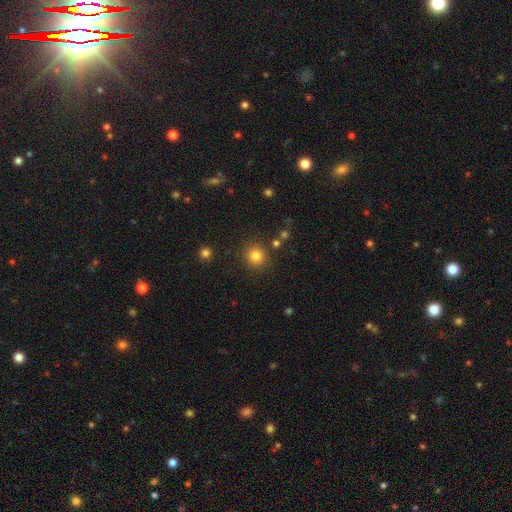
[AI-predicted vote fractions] Morphology: type=smooth (82%); roundness=round (93%); merging=none (88%).